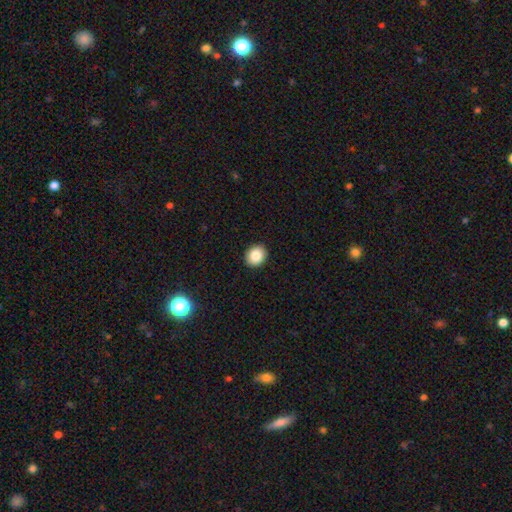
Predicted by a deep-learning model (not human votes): Smooth or featured: smooth — 85% (star or artifact — 9%)
How rounded: round — 67% (in between — 32%)
Merging: none — 92% (minor disturbance — 5%)